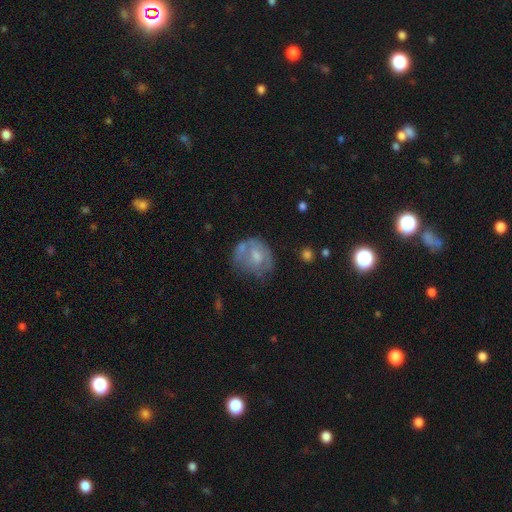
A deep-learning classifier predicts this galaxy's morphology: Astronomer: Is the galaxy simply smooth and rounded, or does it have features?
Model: smooth — 47% (runner-up: featured or disk, 45%).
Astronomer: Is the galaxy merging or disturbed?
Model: none — 39% (runner-up: minor disturbance, 27%).